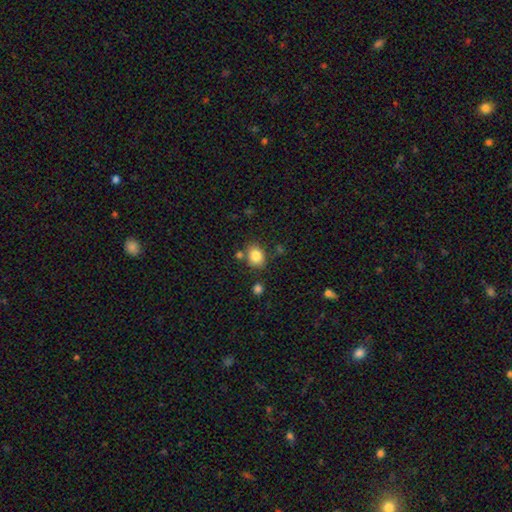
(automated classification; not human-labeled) This appears to be a smooth galaxy with no disk features (84%) that is in between round and cigar-shaped (55%). Merging: none (75%).